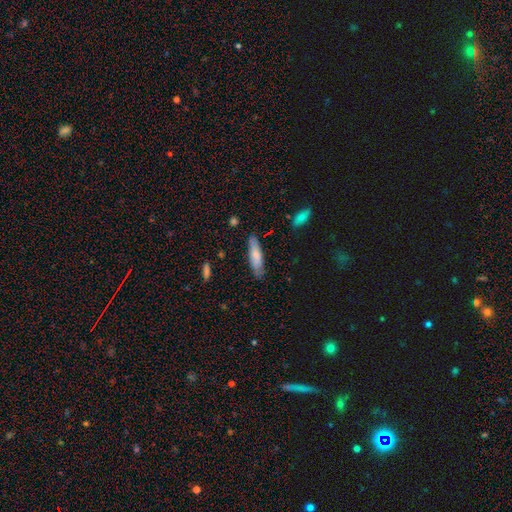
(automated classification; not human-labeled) Smooth or featured? smooth (73%)
How rounded? cigar-shaped (62%)
Merging? none (80%)